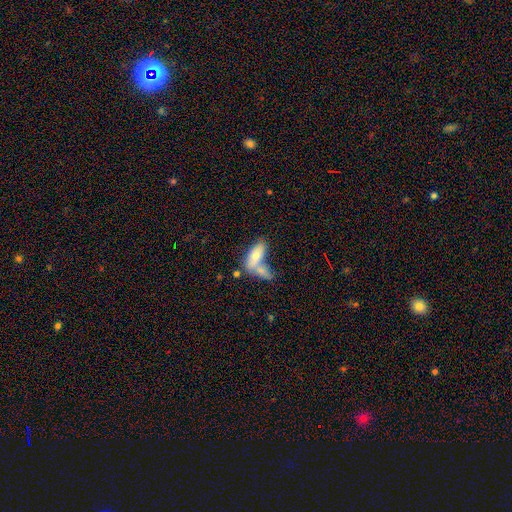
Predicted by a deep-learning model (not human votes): This appears to be a smooth galaxy with no disk features (71%) that is in between round and cigar-shaped (78%). Merging: merger (52%).